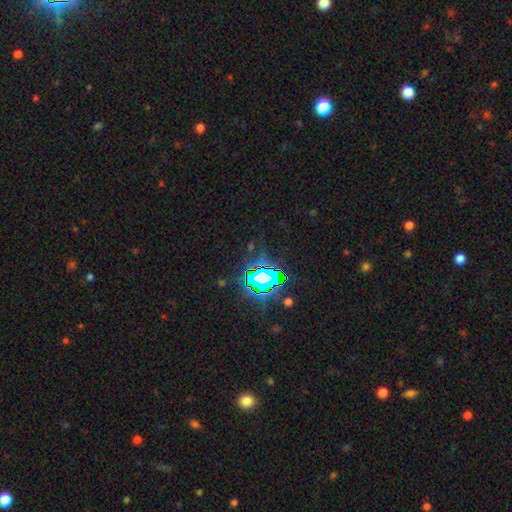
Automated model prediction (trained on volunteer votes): A star or artifact, not a galaxy (81%).

Vote fractions:
- Smooth or featured? star or artifact: 81% / smooth: 12% / featured or disk: 7%